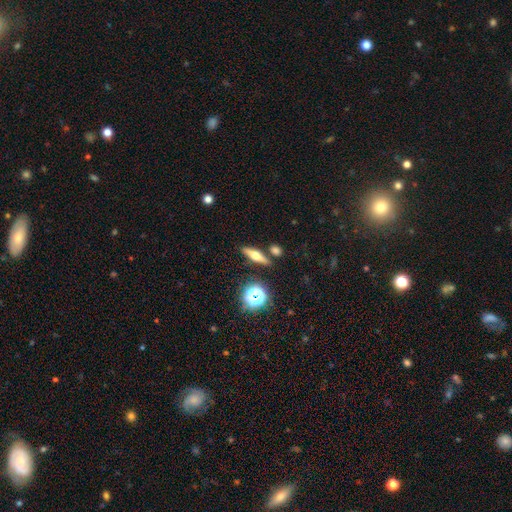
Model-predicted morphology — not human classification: A featured or disk galaxy (49%). Merging: none (82%).